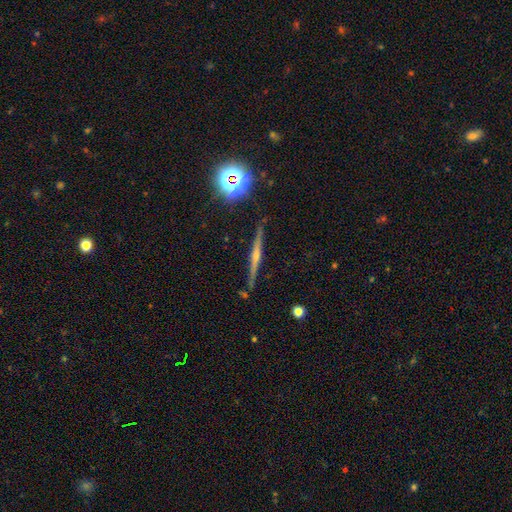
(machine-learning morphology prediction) Smooth or featured: featured or disk — 69% (smooth — 17%)
Edge-on disk: yes — 97% (no — 3%)
Edge-on bulge: rounded — 76% (none — 16%)
Merging: none — 88% (minor disturbance — 8%)